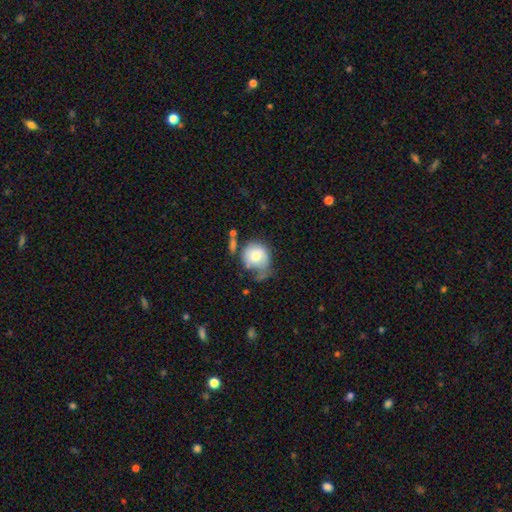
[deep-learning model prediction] This is likely a smooth galaxy (65%). How rounded: likely round (78%). Merging: marginally none (36%).